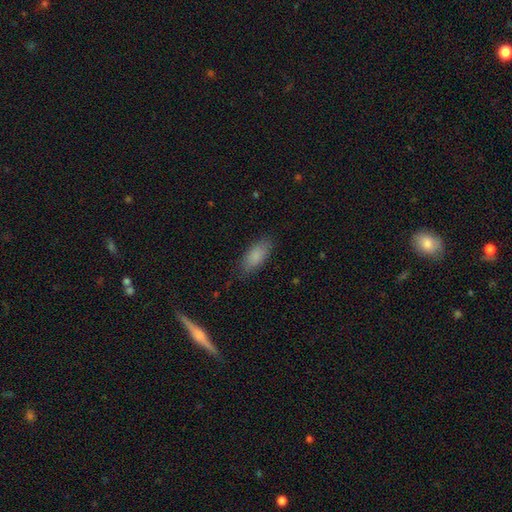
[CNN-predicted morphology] Smooth or featured? smooth (85%)
How rounded? in between (82%)
Merging? none (82%)